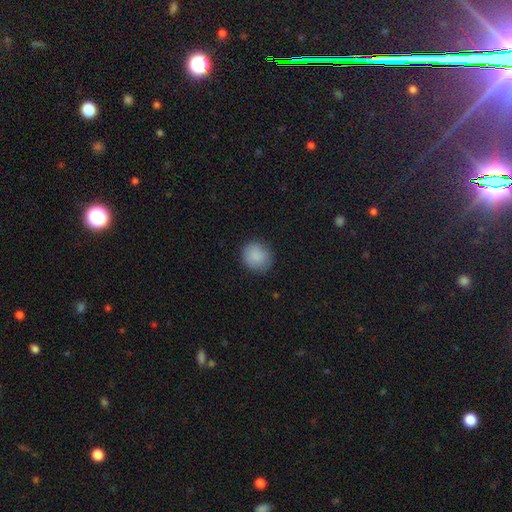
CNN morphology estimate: type=smooth (88%); roundness=round (85%); merging=none (85%).